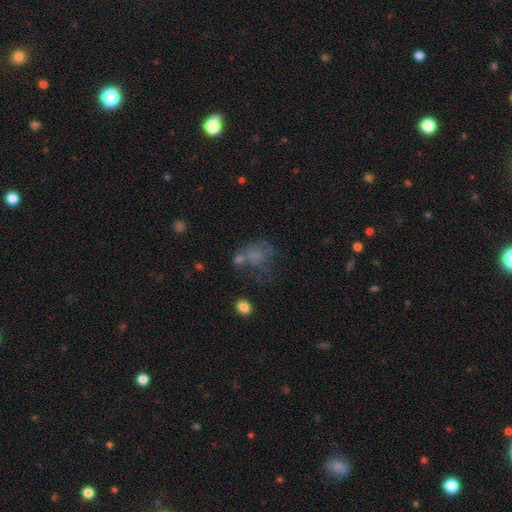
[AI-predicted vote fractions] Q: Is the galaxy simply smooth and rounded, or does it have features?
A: smooth — 60%.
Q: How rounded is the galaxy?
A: in between — 50%.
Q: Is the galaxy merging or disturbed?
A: none — 34%.